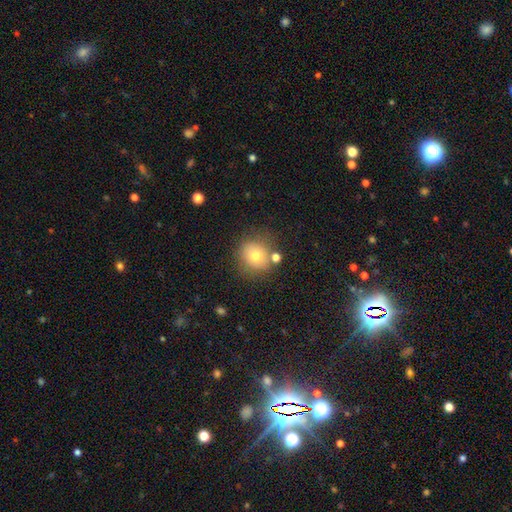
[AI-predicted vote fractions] The model was most divided on "smooth or featured": smooth: 73%, featured or disk: 15%, star or artifact: 12%. More confident: how rounded — round (85%); merging — none (72%).